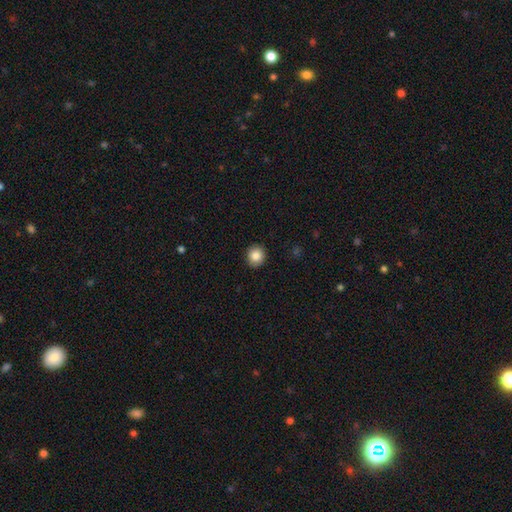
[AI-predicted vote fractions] The model was most divided on "how rounded": round: 88%, in between: 11%, cigar-shaped: 1%. More confident: merging — none (92%); smooth or featured — smooth (86%).